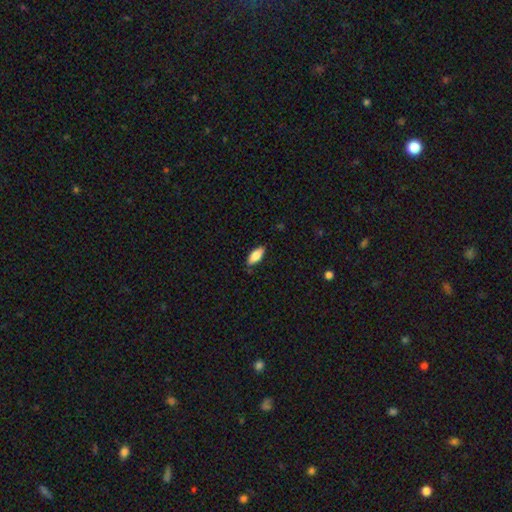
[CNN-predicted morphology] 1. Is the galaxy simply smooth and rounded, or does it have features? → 84% smooth, 10% featured or disk, 6% star or artifact.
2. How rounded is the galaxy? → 80% in between, 18% cigar-shaped, 2% round.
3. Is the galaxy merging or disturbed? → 82% none, 14% minor disturbance, 2% major disturbance, 1% merger.